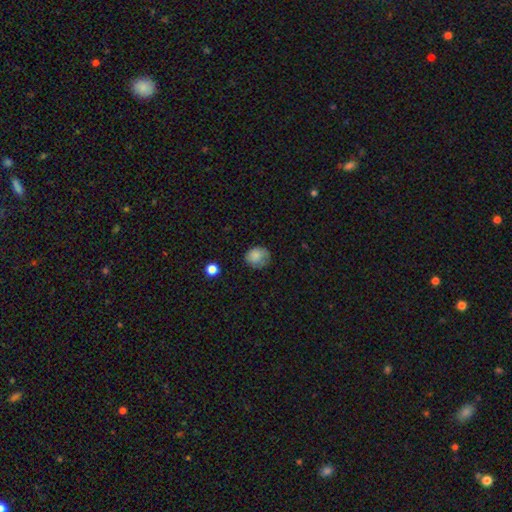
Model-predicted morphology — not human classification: This appears to be a smooth galaxy with no disk features (81%) that is round (69%). Merging: none (66%).